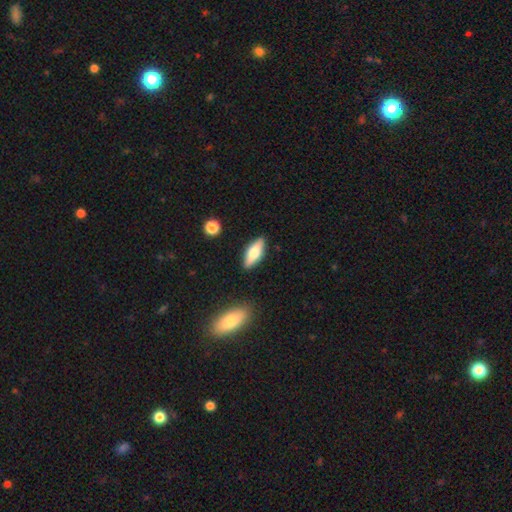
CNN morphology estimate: The model was most divided on "smooth or featured": smooth: 63%, featured or disk: 30%, star or artifact: 6%. More confident: merging — none (87%); how rounded — in between (68%).